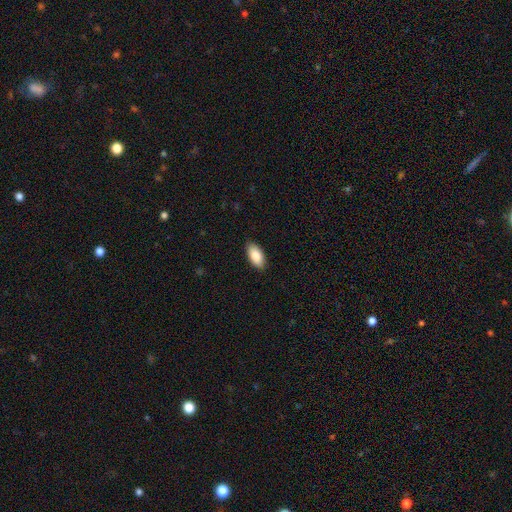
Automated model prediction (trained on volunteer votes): A smooth galaxy with no disk features (87%) that is in between round and cigar-shaped (92%).

Vote fractions:
- Smooth or featured? smooth: 87% / featured or disk: 7% / star or artifact: 6%
- How rounded? in between: 92% / cigar-shaped: 6% / round: 2%
- Merging? none: 88% / minor disturbance: 10% / major disturbance: 2% / merger: 1%